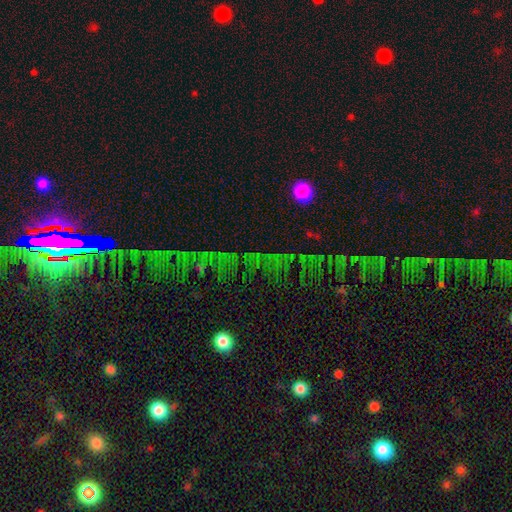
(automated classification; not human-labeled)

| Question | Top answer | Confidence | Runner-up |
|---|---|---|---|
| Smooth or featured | star or artifact | 72% | smooth (17%) |